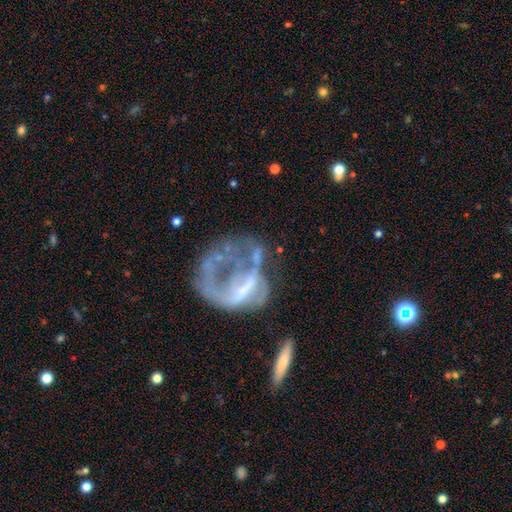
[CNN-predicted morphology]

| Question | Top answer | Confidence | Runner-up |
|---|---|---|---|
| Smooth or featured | featured or disk | 74% | smooth (16%) |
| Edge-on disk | no | 97% | yes (3%) |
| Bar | no | 46% | weak (34%) |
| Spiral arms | yes | 51% | no (49%) |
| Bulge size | none | 51% | small (26%) |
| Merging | major disturbance | 52% | none (22%) |